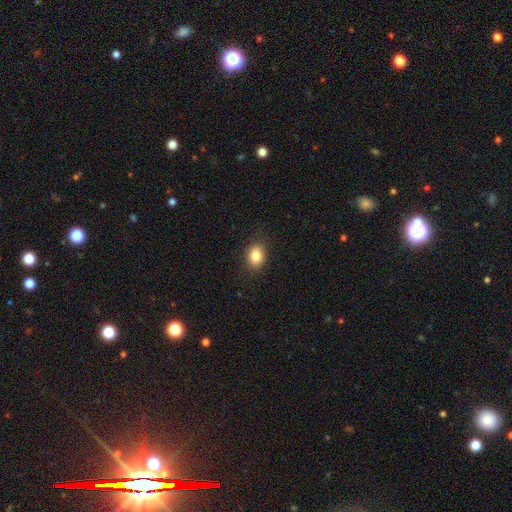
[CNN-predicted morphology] This appears to be a smooth galaxy with no disk features (84%) that is in between round and cigar-shaped (63%). Merging: none (86%).